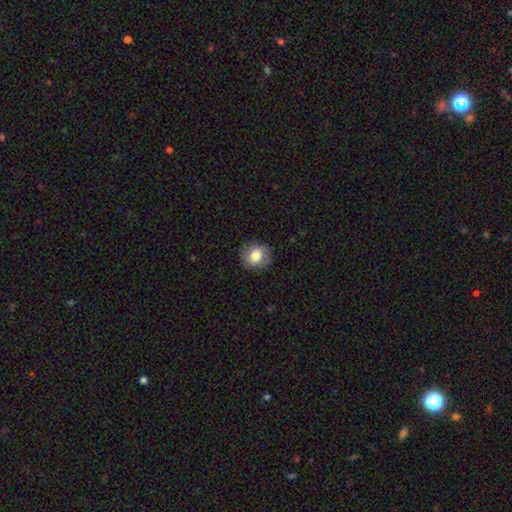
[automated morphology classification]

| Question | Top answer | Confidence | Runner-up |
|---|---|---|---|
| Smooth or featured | smooth | 72% | featured or disk (19%) |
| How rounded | round | 73% | in between (26%) |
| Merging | none | 82% | minor disturbance (13%) |